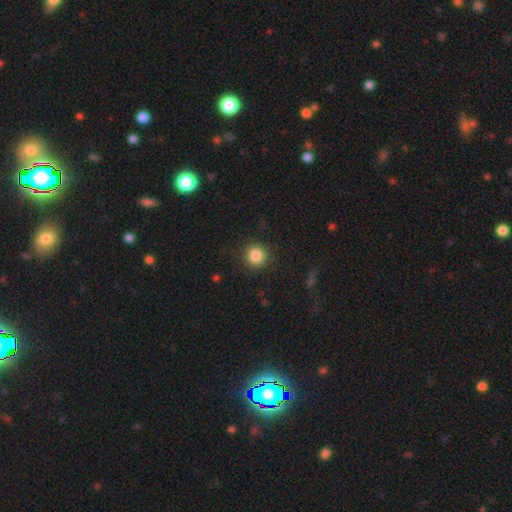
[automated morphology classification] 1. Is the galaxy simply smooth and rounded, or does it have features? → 85% smooth, 11% star or artifact, 4% featured or disk.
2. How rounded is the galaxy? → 93% round, 6% in between, 1% cigar-shaped.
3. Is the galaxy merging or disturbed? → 89% none, 7% minor disturbance, 3% major disturbance, 1% merger.